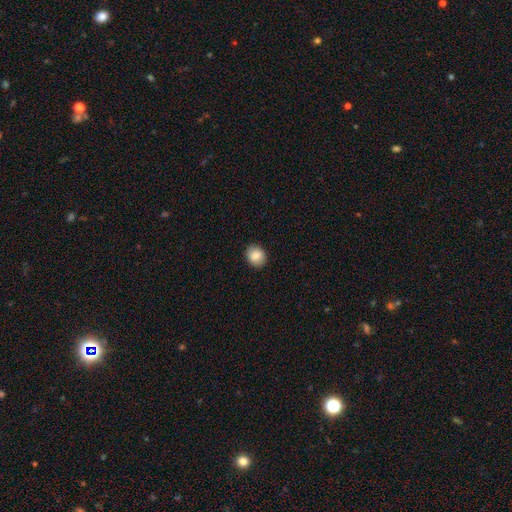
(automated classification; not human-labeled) Smooth or featured? smooth (87%)
How rounded? round (66%)
Merging? none (90%)